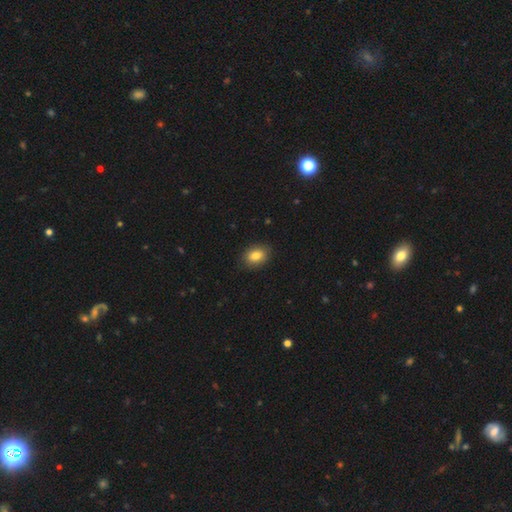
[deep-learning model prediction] A smooth galaxy with no disk features (84%) that is in between round and cigar-shaped (73%).

Vote fractions:
- Smooth or featured? smooth: 84% / star or artifact: 9% / featured or disk: 8%
- How rounded? in between: 73% / round: 26% / cigar-shaped: 1%
- Merging? none: 87% / minor disturbance: 10% / major disturbance: 2% / merger: 1%